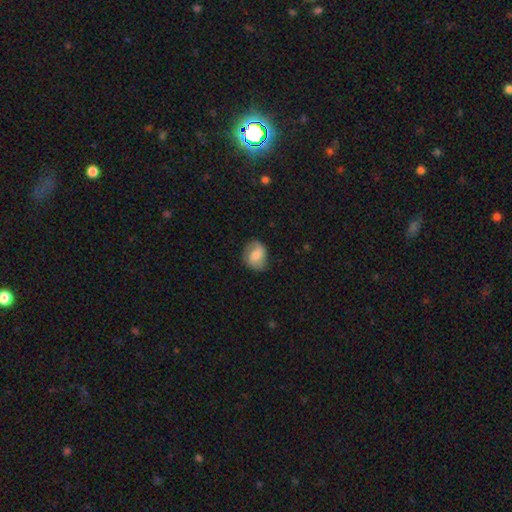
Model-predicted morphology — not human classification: Q: Smooth or featured?
A: smooth (61%); runner-up: featured or disk (32%)
Q: How rounded?
A: round (51%); runner-up: in between (48%)
Q: Merging?
A: none (70%); runner-up: minor disturbance (23%)